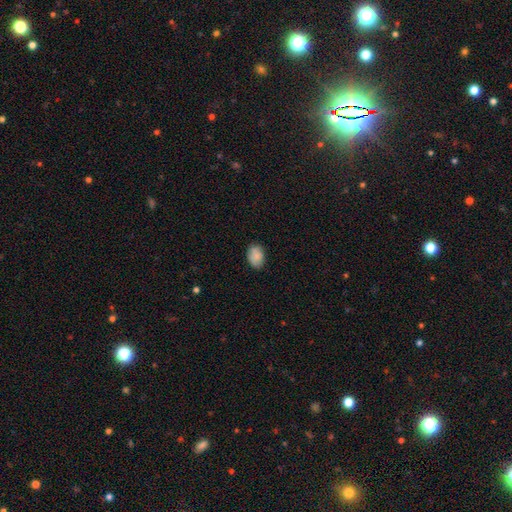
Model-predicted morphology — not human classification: A smooth galaxy with no disk features (84%) that is in between round and cigar-shaped (81%). Merging: none (79%).